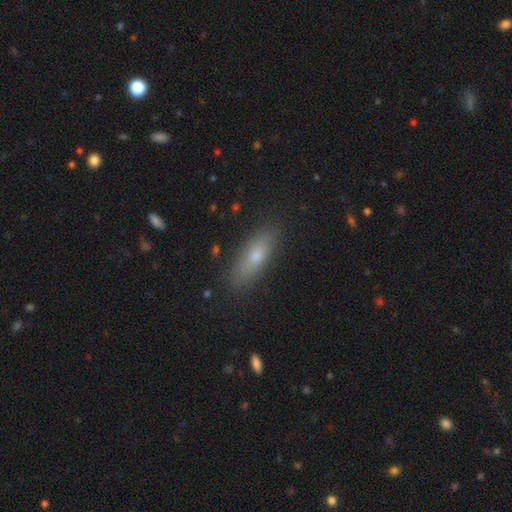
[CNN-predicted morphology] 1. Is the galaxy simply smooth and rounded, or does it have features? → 66% smooth, 24% featured or disk, 9% star or artifact.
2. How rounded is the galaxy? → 50% cigar-shaped, 47% in between, 3% round.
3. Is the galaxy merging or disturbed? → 86% none, 10% minor disturbance, 2% major disturbance, 1% merger.